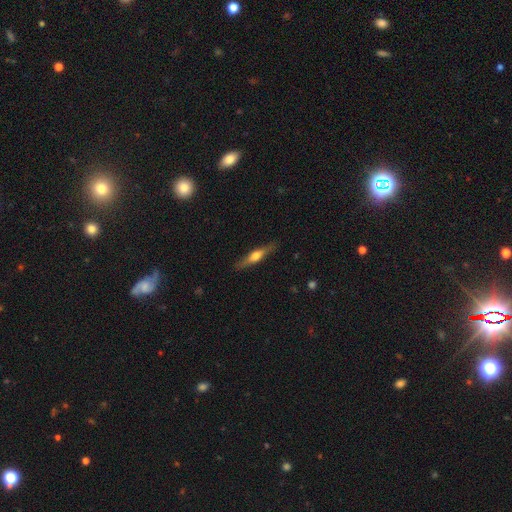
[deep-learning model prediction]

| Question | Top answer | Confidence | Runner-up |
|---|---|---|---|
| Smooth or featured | featured or disk | 61% | smooth (34%) |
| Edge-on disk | yes | 95% | no (5%) |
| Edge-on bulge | rounded | 91% | boxy (5%) |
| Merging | none | 89% | minor disturbance (8%) |